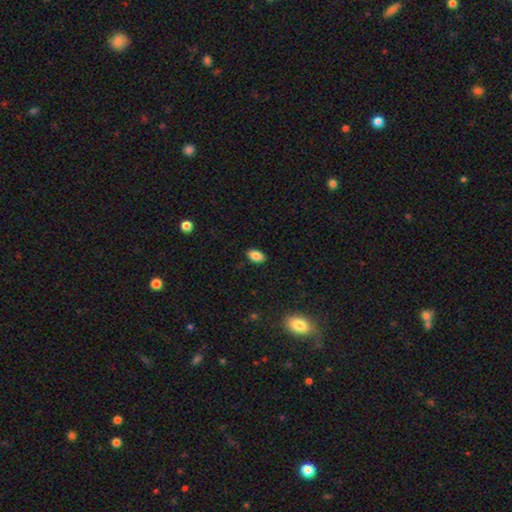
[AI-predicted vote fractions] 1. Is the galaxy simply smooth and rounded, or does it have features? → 86% smooth, 9% star or artifact, 6% featured or disk.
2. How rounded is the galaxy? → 90% in between, 8% round, 2% cigar-shaped.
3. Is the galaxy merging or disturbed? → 88% none, 9% minor disturbance, 2% major disturbance, 1% merger.